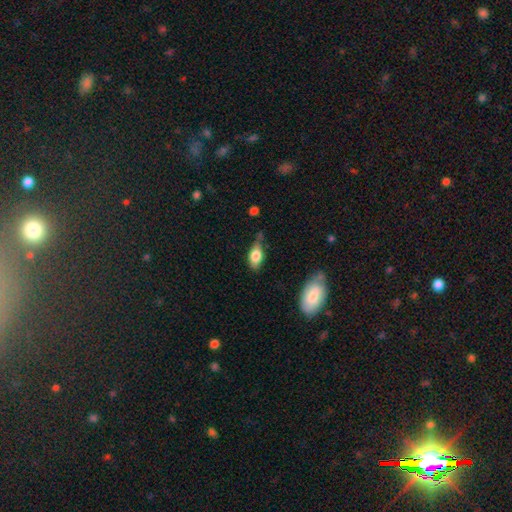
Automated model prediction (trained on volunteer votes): smooth_or_featured: smooth (p=0.76) [alt: featured or disk p=0.17]
how_rounded: in between (p=0.86) [alt: cigar-shaped p=0.08]
merging: none (p=0.45) [alt: minor disturbance p=0.38]